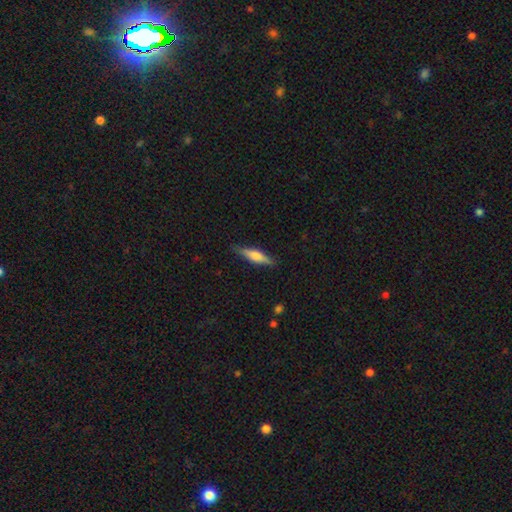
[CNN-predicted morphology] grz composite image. It shows a smooth galaxy with no disk features (50%) that is cigar-shaped (74%). Merging: none (86%).